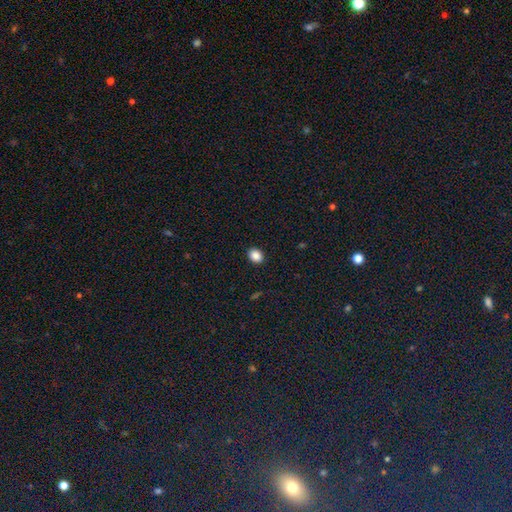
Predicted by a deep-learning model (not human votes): Smooth or featured: smooth — 87% (star or artifact — 9%)
How rounded: in between — 55% (round — 44%)
Merging: none — 91% (minor disturbance — 6%)